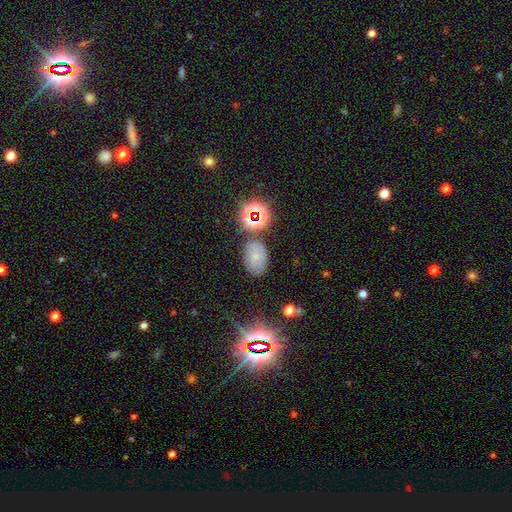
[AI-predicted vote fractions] Smooth or featured? smooth (52%)
How rounded? in between (83%)
Merging? none (73%)